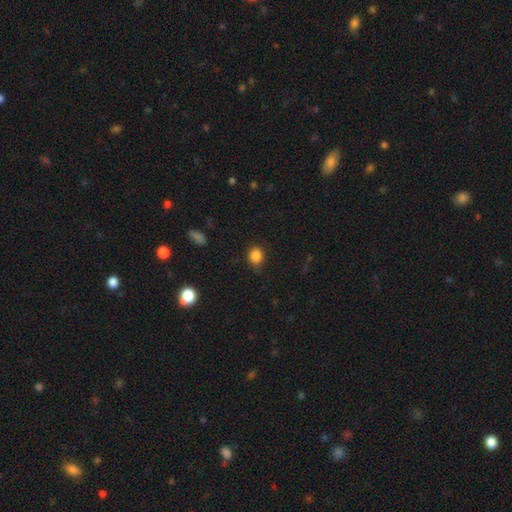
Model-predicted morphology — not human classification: Overall: smooth (86%). How rounded: round (63%; in between 36%). Merging: none (78%).